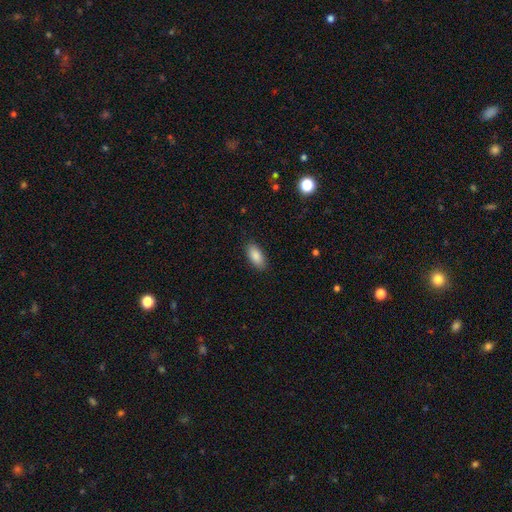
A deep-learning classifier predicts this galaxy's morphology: type=smooth (88%); roundness=in between (90%); merging=none (88%).